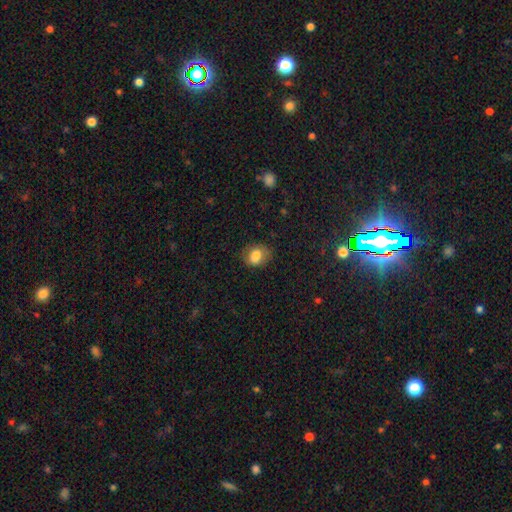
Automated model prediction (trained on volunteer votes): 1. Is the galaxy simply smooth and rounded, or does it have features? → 81% smooth, 10% featured or disk, 9% star or artifact.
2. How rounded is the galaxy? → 57% in between, 42% round, 1% cigar-shaped.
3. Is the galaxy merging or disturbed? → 73% none, 20% minor disturbance, 6% major disturbance, 1% merger.